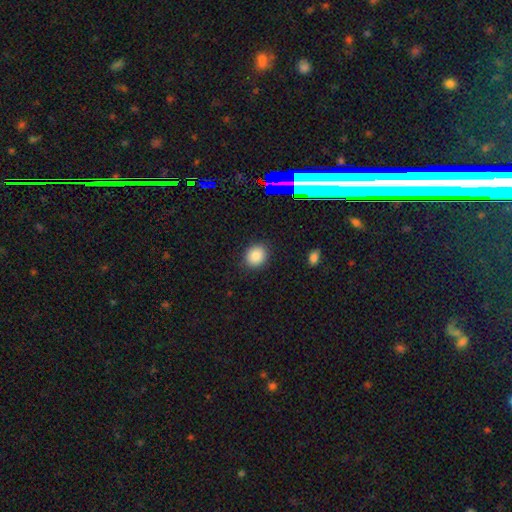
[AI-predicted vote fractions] Morphology: type=smooth (84%); roundness=round (70%); merging=none (88%).